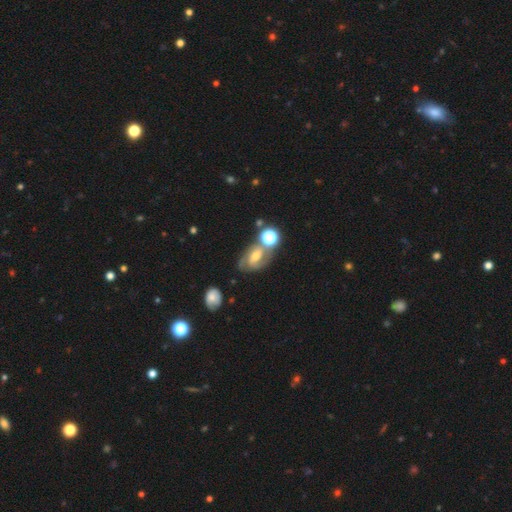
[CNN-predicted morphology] This appears to be a featured or disk galaxy (72%) with a weak bar (45%), 2 (78%) medium (51%) spiral arms (91%) and a moderate central bulge (56%). Merging: none (54%).